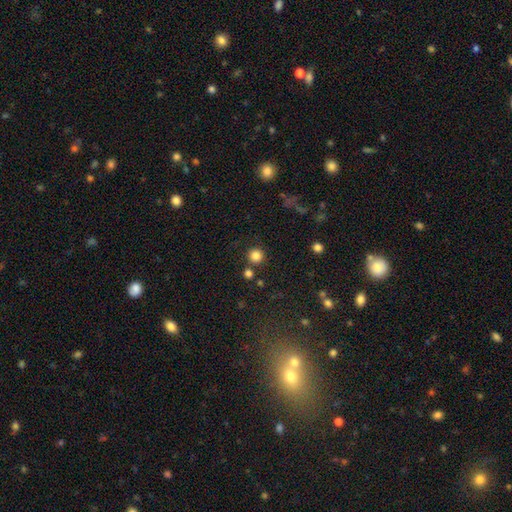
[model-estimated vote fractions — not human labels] Smooth or featured? Predicted: smooth (p=0.83). How rounded? Predicted: round (p=0.95). Merging? Predicted: none (p=0.84).